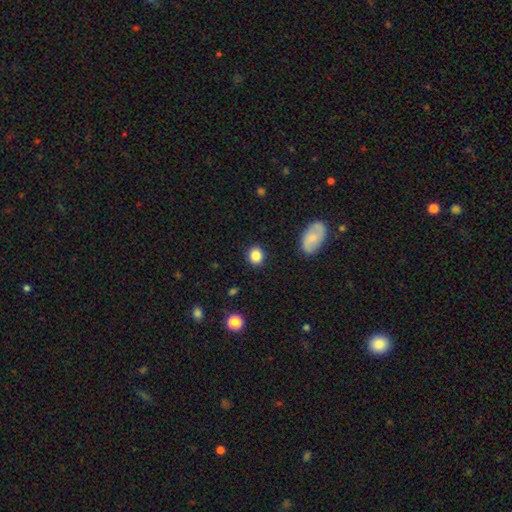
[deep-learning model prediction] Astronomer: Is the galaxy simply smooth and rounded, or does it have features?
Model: smooth — 85%.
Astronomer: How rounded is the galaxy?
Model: round — 70%.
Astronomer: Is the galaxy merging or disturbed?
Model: none — 89%.